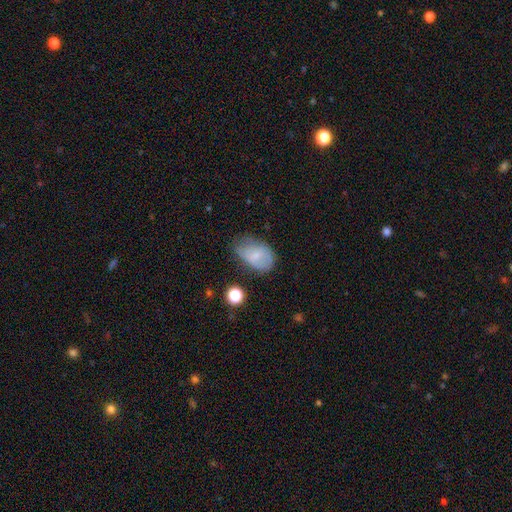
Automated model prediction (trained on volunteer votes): smooth-or-featured: smooth: 65% | featured or disk: 26% | star or artifact: 9%
  how-rounded: in between: 84% | round: 15% | cigar-shaped: 1%
  merging: none: 46% | minor disturbance: 37% | major disturbance: 15% | merger: 3%